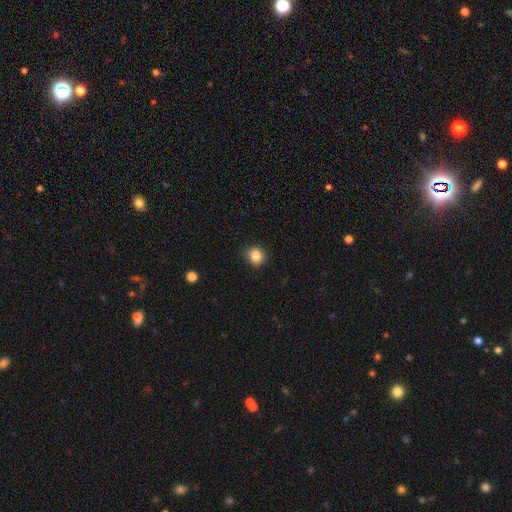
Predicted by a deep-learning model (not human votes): smooth 85%, star or artifact 10%, featured or disk 5%. Down the decision tree: how rounded — round (76%); merging — none (84%).